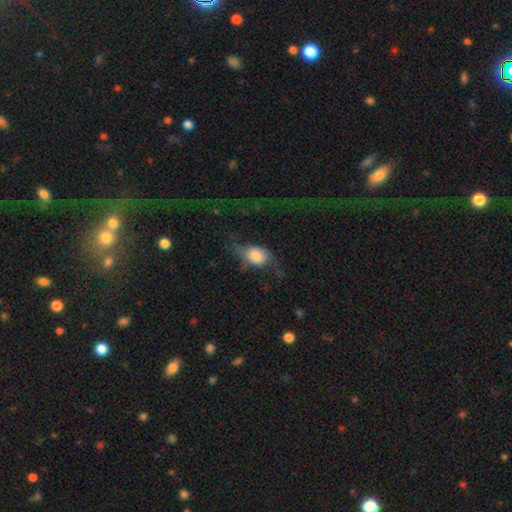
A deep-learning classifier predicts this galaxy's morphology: Smooth or featured? smooth (56%)
How rounded? in between (67%)
Merging? major disturbance (37%)